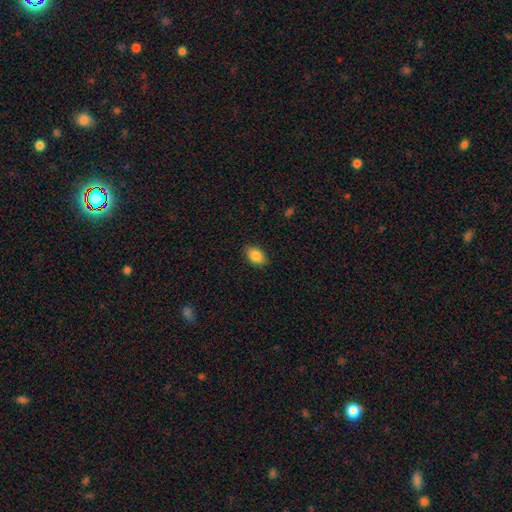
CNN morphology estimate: Smooth or featured?
  - smooth: 86% *
  - star or artifact: 8%
  - featured or disk: 6%
How rounded?
  - in between: 87% *
  - round: 12%
  - cigar-shaped: 1%
Merging?
  - none: 87% *
  - minor disturbance: 9%
  - major disturbance: 2%
  - merger: 1%